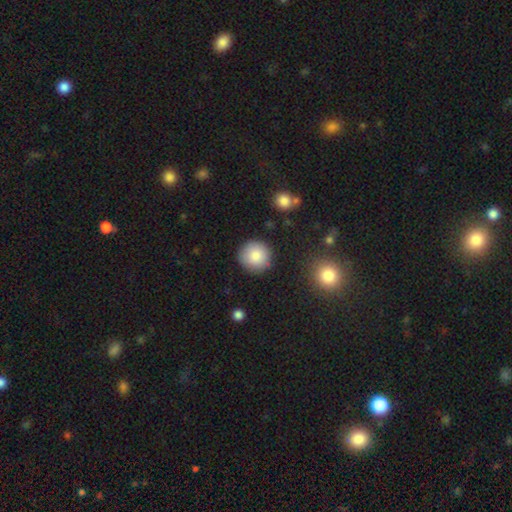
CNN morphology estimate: This is clearly a smooth galaxy (85%). How rounded: clearly round (94%). Merging: clearly none (88%).